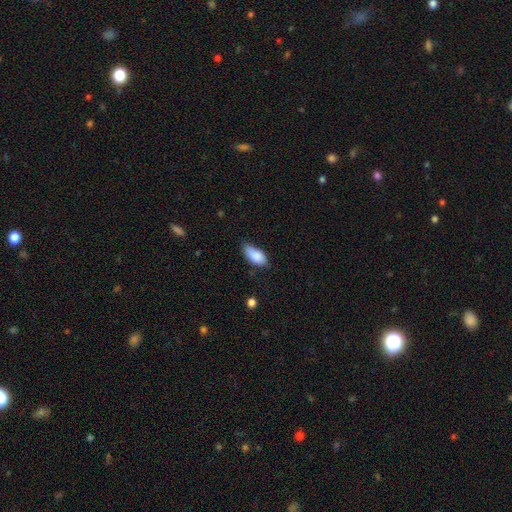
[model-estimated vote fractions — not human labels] A smooth galaxy with no disk features (87%) that is in between round and cigar-shaped (90%).

Vote fractions:
- Smooth or featured? smooth: 87% / featured or disk: 7% / star or artifact: 7%
- How rounded? in between: 90% / cigar-shaped: 8% / round: 3%
- Merging? none: 61% / minor disturbance: 32% / major disturbance: 5% / merger: 2%